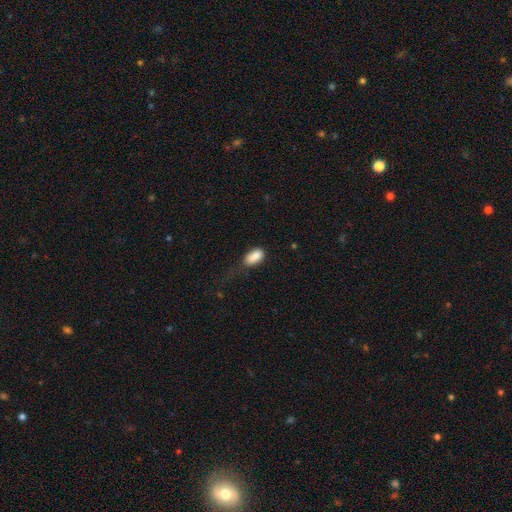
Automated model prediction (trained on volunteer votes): Morphology: type=smooth (85%); roundness=in between (91%); merging=none (41%).